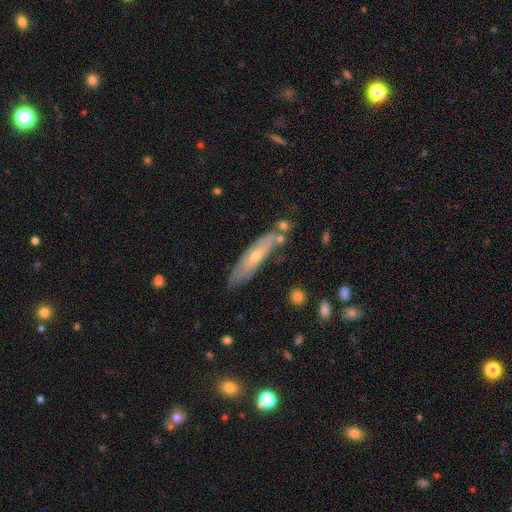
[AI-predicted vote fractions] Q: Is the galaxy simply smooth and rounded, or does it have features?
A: featured or disk — 51%.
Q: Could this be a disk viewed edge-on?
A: yes — 56%.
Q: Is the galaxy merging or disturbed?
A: none — 72%.